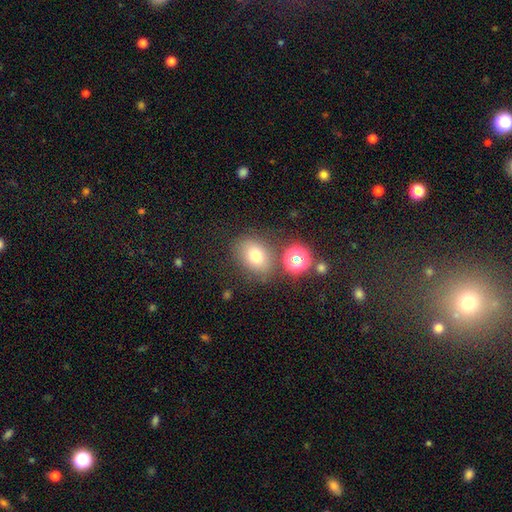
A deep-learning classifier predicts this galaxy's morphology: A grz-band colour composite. It shows a smooth galaxy with no disk features (74%) that is in between round and cigar-shaped (63%). Merging: none (75%).